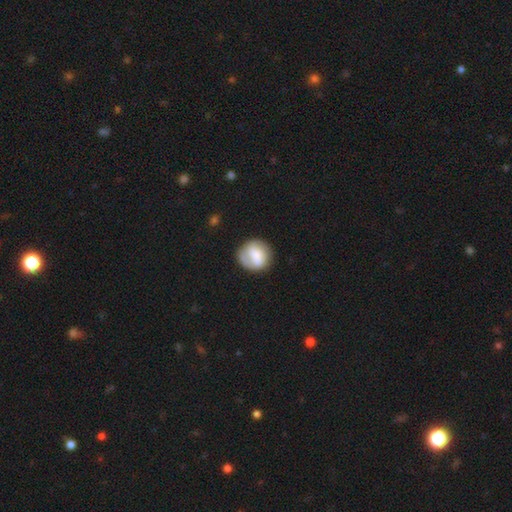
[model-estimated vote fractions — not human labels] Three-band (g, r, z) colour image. It shows a smooth galaxy with no disk features (65%) that is round (83%). Merging: none (65%).